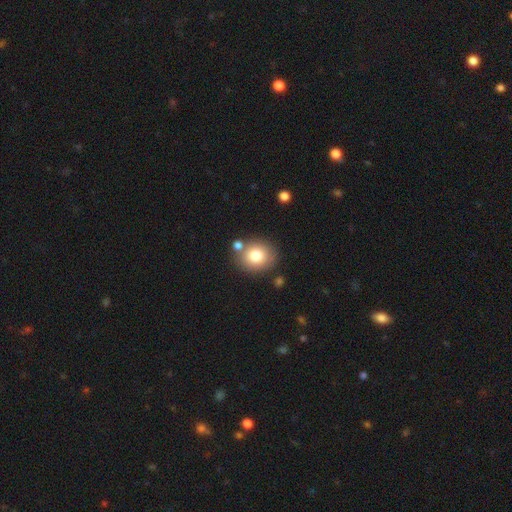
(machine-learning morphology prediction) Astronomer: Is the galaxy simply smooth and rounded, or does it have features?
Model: smooth — 80%.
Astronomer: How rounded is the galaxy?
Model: round — 72%.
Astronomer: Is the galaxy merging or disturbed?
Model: none — 73%.